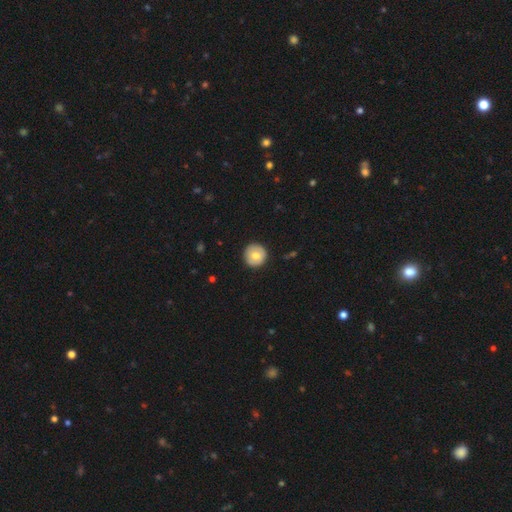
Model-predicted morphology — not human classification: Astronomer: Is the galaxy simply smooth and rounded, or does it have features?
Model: smooth — 71%.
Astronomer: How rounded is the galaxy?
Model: round — 95%.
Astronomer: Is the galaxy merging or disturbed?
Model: none — 91%.